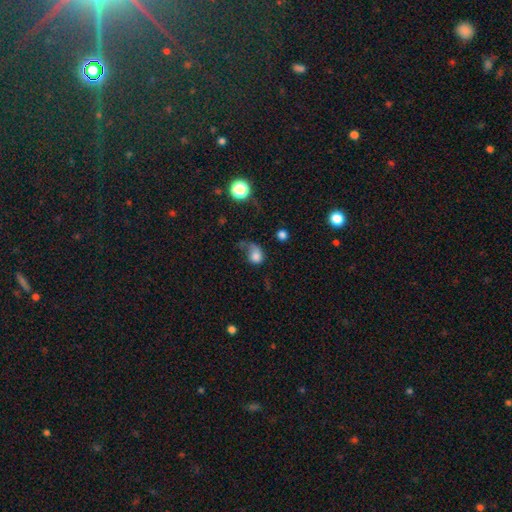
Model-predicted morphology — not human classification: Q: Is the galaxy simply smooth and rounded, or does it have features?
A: smooth — 67%.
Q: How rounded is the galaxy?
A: round — 55%.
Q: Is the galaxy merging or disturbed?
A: major disturbance — 48%.